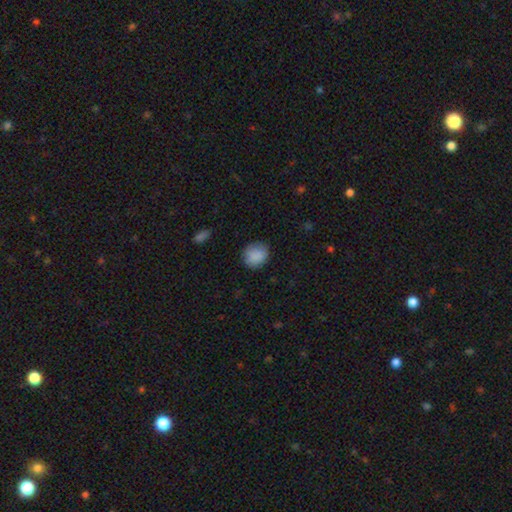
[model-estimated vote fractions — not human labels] smooth 88%, star or artifact 8%, featured or disk 4%. Down the decision tree: how rounded — round (73%); merging — none (82%).